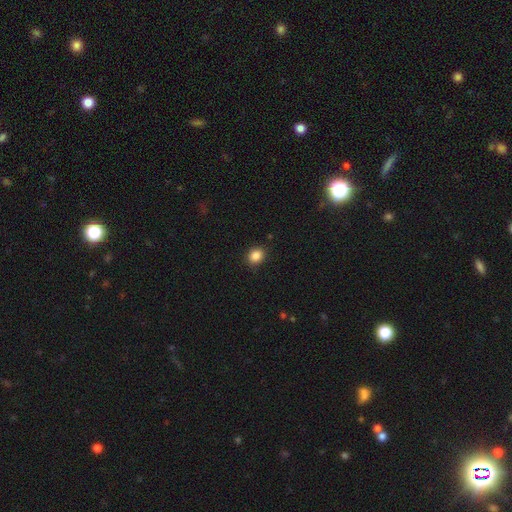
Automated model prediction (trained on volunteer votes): smooth 87%, star or artifact 10%, featured or disk 4%. Down the decision tree: how rounded — round (61%); merging — none (89%).